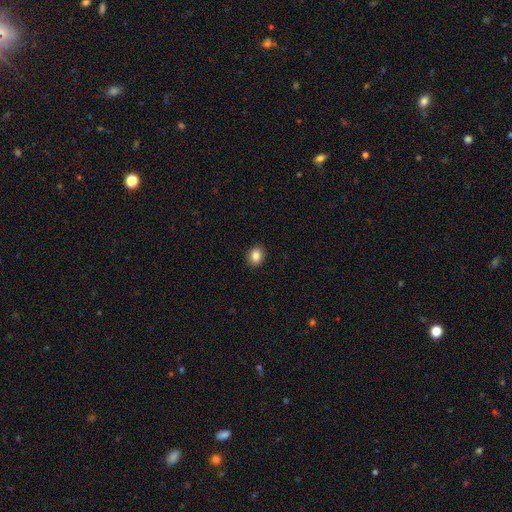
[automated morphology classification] Q: Smooth or featured?
A: smooth (86%); runner-up: star or artifact (9%)
Q: How rounded?
A: in between (50%); runner-up: round (49%)
Q: Merging?
A: none (90%); runner-up: minor disturbance (7%)